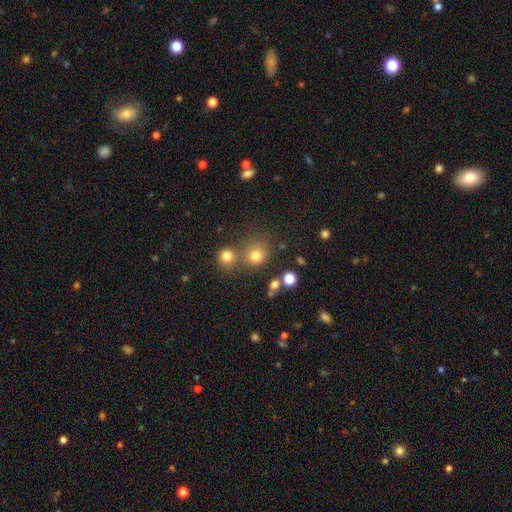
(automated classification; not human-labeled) The model was most divided on "merging": none: 62%, merger: 25%, minor disturbance: 9%, major disturbance: 4%. More confident: how rounded — round (86%); smooth or featured — smooth (77%).